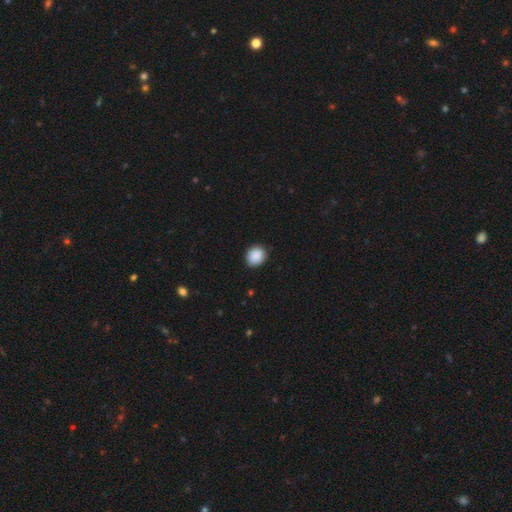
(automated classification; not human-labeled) A smooth galaxy with no disk features (89%) that is round (73%). Merging: none (88%).